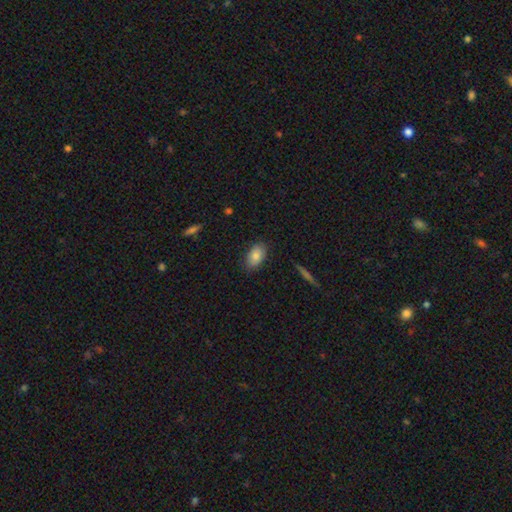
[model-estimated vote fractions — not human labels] This appears to be a smooth galaxy with no disk features (83%) that is in between round and cigar-shaped (92%). Merging: none (84%).